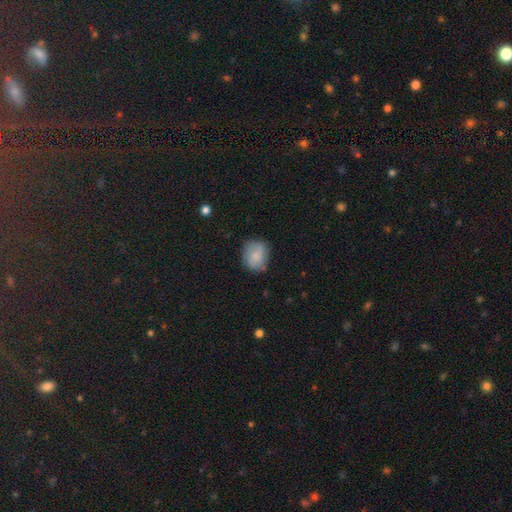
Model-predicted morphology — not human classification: Q: Smooth or featured?
A: smooth (77%); runner-up: featured or disk (16%)
Q: How rounded?
A: round (60%); runner-up: in between (39%)
Q: Merging?
A: none (67%); runner-up: minor disturbance (25%)